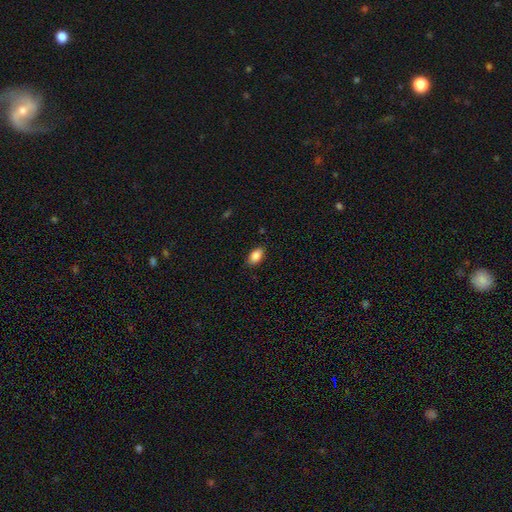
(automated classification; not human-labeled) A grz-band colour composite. It shows a smooth galaxy with no disk features (87%) that is in between round and cigar-shaped (90%). Merging: none (85%).